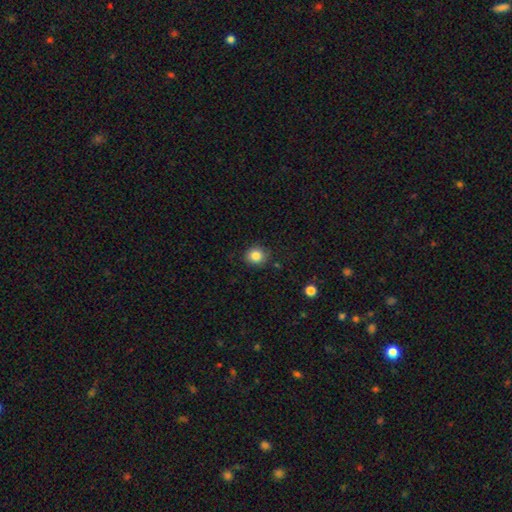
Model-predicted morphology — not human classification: smooth 85%, star or artifact 10%, featured or disk 5%. Down the decision tree: how rounded — round (86%); merging — none (87%).